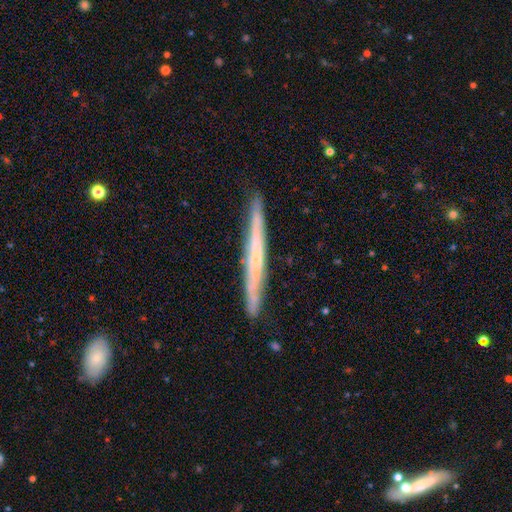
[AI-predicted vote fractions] Smooth or featured?
  - featured or disk: 64% *
  - smooth: 30%
  - star or artifact: 6%
Edge-on disk?
  - yes: 95% *
  - no: 5%
Edge-on bulge?
  - none: 67% *
  - rounded: 28%
  - boxy: 5%
Merging?
  - none: 88% *
  - minor disturbance: 9%
  - major disturbance: 1%
  - merger: 1%